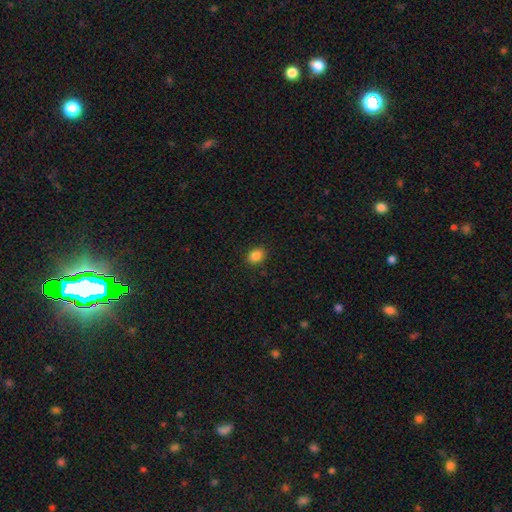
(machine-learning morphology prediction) This appears to be a smooth galaxy with no disk features (86%) that is in between round and cigar-shaped (54%). Merging: none (89%).